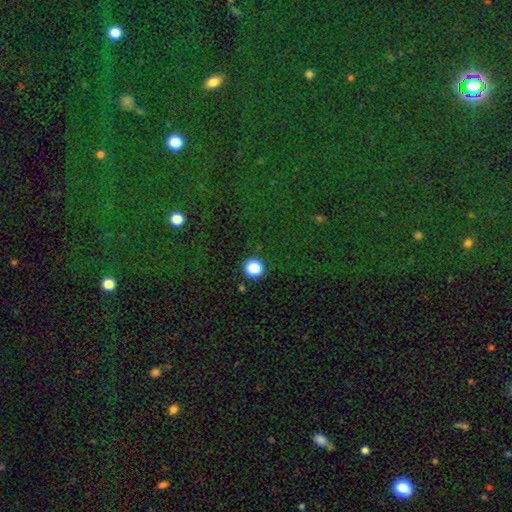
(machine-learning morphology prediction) Smooth or featured? star or artifact (81%)